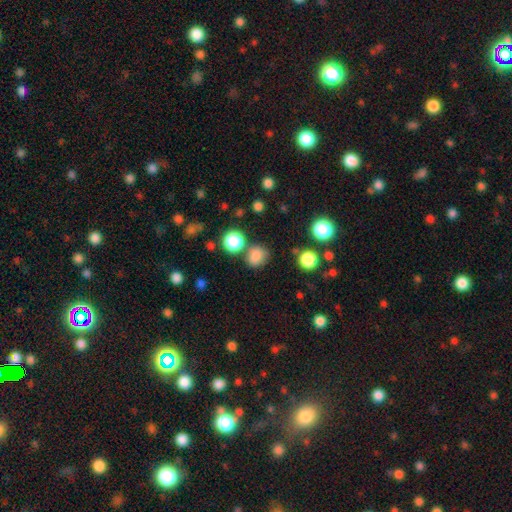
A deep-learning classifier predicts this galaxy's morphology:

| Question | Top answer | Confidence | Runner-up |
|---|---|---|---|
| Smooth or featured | smooth | 80% | star or artifact (14%) |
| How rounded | round | 74% | in between (25%) |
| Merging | none | 73% | minor disturbance (13%) |